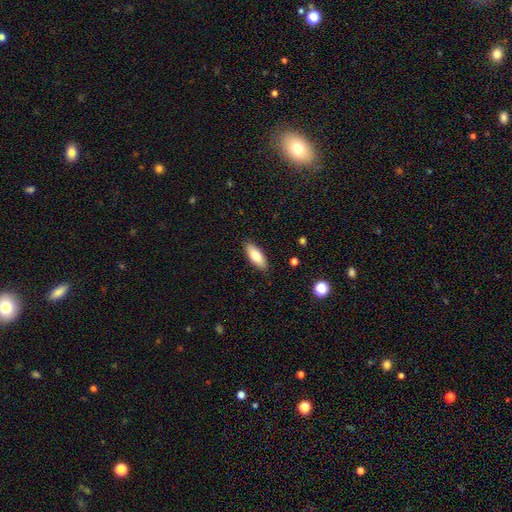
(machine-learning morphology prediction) Smooth or featured?
  - smooth: 81% *
  - featured or disk: 13%
  - star or artifact: 6%
How rounded?
  - in between: 72% *
  - cigar-shaped: 27%
  - round: 2%
Merging?
  - none: 89% *
  - minor disturbance: 9%
  - major disturbance: 2%
  - merger: 1%